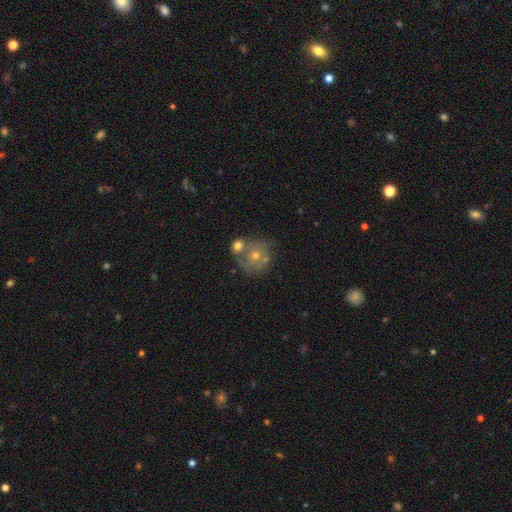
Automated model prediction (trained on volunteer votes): This appears to be a featured or disk galaxy (43%). Merging: none (52%).